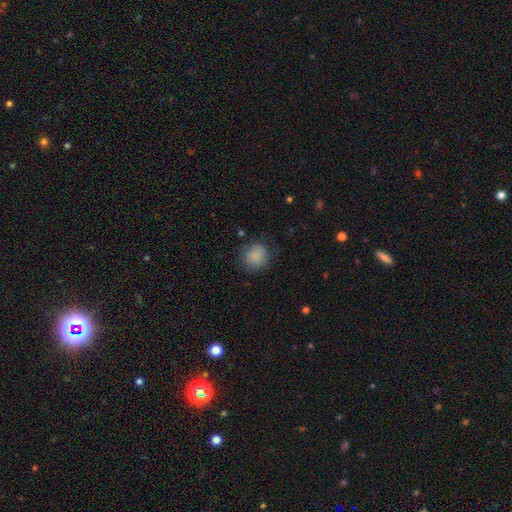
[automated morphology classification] Overall: smooth (86%). How rounded: round (86%). Merging: none (79%).